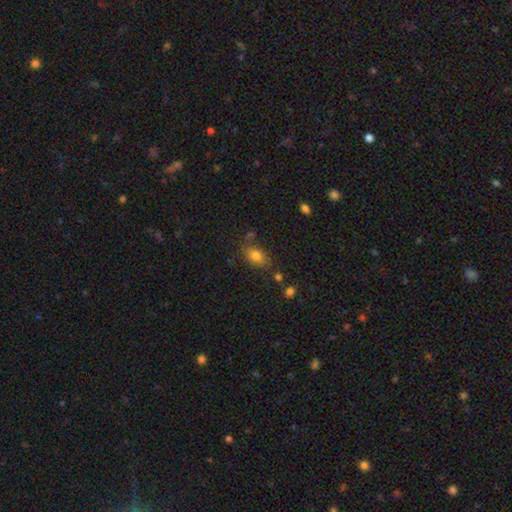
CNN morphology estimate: Overall: smooth (78%). How rounded: in between (78%). Merging: none (62%).